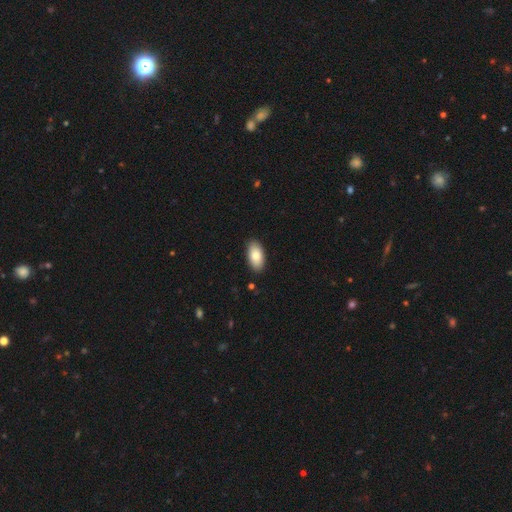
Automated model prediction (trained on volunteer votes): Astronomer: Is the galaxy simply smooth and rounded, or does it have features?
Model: smooth — 84%.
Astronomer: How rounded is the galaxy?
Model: in between — 95%.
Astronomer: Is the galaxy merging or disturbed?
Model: none — 89%.